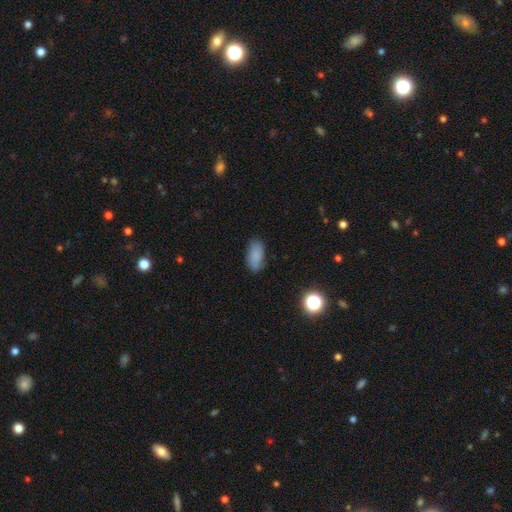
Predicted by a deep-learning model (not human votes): A smooth galaxy with no disk features (84%) that is in between round and cigar-shaped (92%).

Vote fractions:
- Smooth or featured? smooth: 84% / star or artifact: 9% / featured or disk: 7%
- How rounded? in between: 92% / cigar-shaped: 5% / round: 3%
- Merging? none: 78% / minor disturbance: 17% / major disturbance: 4% / merger: 2%